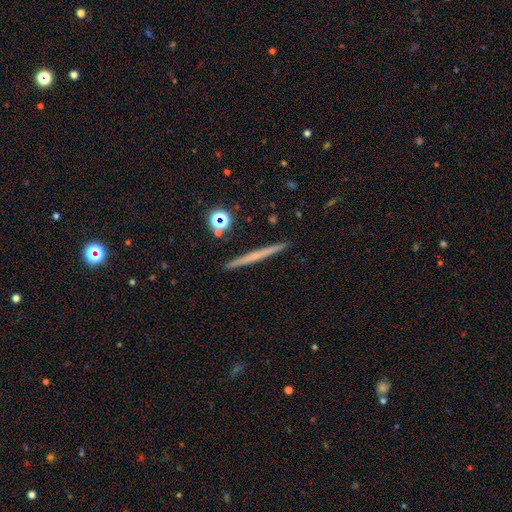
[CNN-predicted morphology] Smooth or featured: featured or disk — 47% (smooth — 44%)
Merging: none — 92% (minor disturbance — 5%)